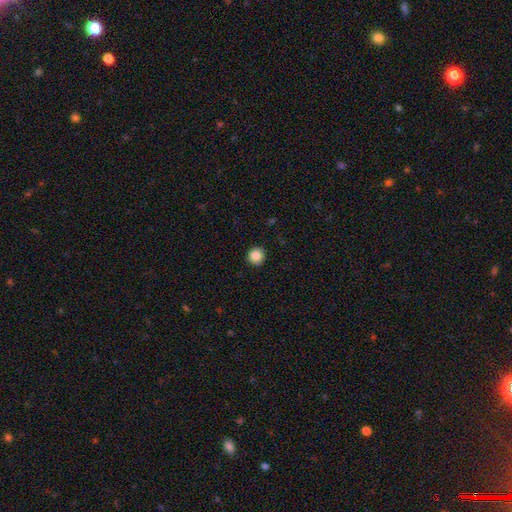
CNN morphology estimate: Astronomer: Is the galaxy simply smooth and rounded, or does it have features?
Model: smooth — 87%.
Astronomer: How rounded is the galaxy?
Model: round — 95%.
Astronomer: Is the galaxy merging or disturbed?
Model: none — 92%.